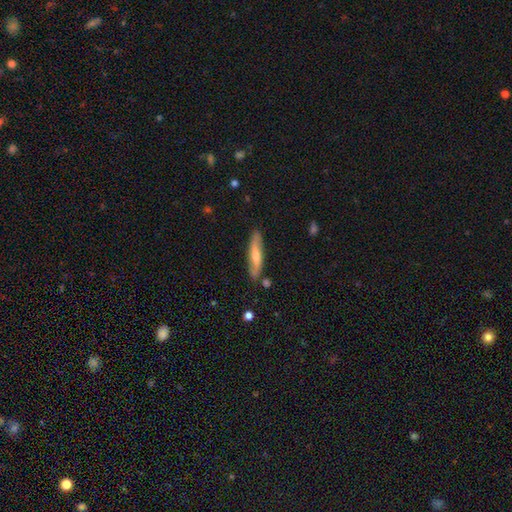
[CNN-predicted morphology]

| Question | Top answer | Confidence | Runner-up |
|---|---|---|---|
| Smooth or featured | smooth | 53% | featured or disk (41%) |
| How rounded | cigar-shaped | 86% | in between (12%) |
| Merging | none | 82% | minor disturbance (13%) |